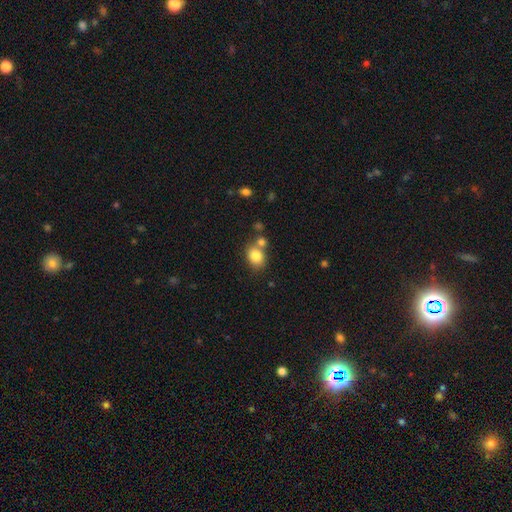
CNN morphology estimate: This appears to be a smooth galaxy with no disk features (82%) that is round (52%). Merging: none (58%).